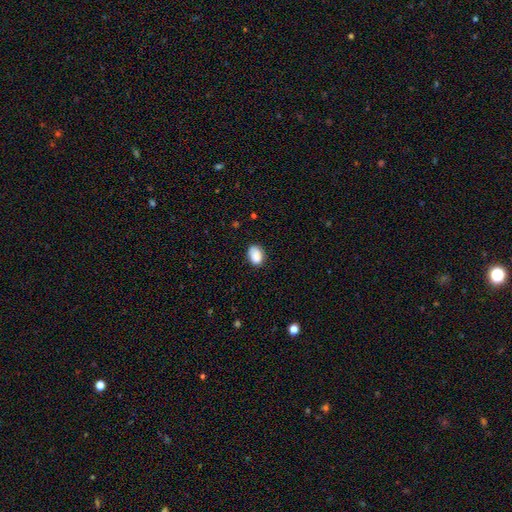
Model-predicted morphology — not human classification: smooth-or-featured: smooth: 88% | star or artifact: 8% | featured or disk: 4%
  how-rounded: in between: 77% | round: 21% | cigar-shaped: 1%
  merging: none: 76% | minor disturbance: 19% | major disturbance: 3% | merger: 1%